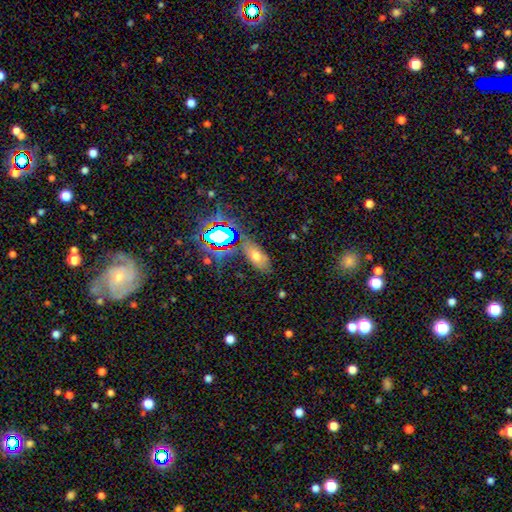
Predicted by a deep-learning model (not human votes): Smooth or featured? smooth (56%)
How rounded? in between (80%)
Merging? none (74%)